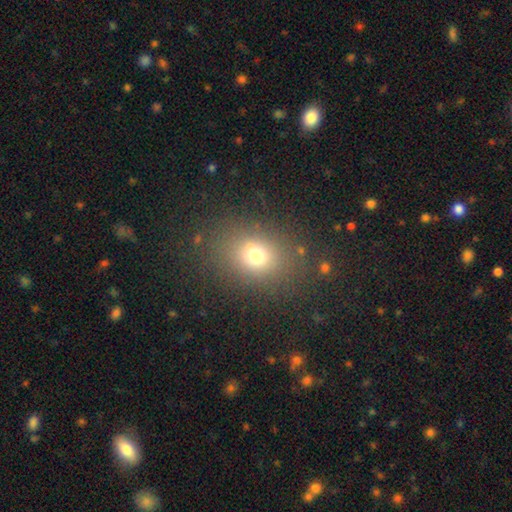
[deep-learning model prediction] Smooth or featured?
  - smooth: 71% *
  - star or artifact: 18%
  - featured or disk: 11%
How rounded?
  - round: 51% *
  - in between: 48%
  - cigar-shaped: 1%
Merging?
  - none: 81% *
  - minor disturbance: 11%
  - major disturbance: 6%
  - merger: 2%